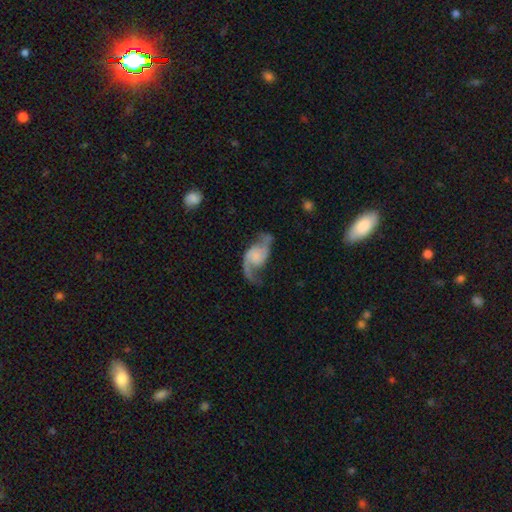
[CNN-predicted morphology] A featured or disk galaxy (86%) with no bar (61%), 2 (90%) loose (60%) spiral arms (96%) and no central bulge (45%). Merging: none (62%).